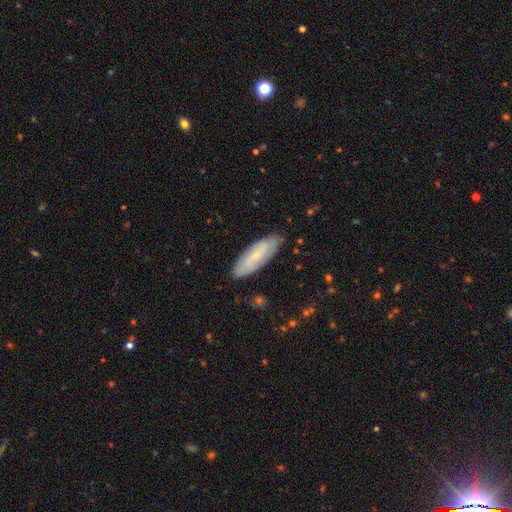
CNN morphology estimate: smooth 52%, featured or disk 41%, star or artifact 7%. Down the decision tree: how rounded — in between (59%); merging — none (83%).